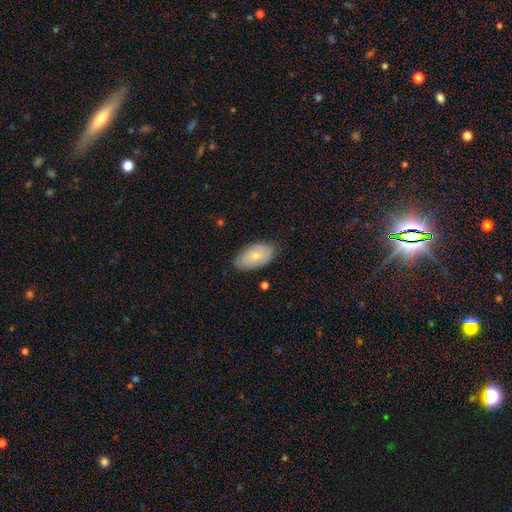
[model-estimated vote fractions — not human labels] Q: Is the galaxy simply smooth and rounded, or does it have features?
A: smooth — 72%.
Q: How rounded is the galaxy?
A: in between — 94%.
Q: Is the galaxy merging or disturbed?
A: none — 80%.